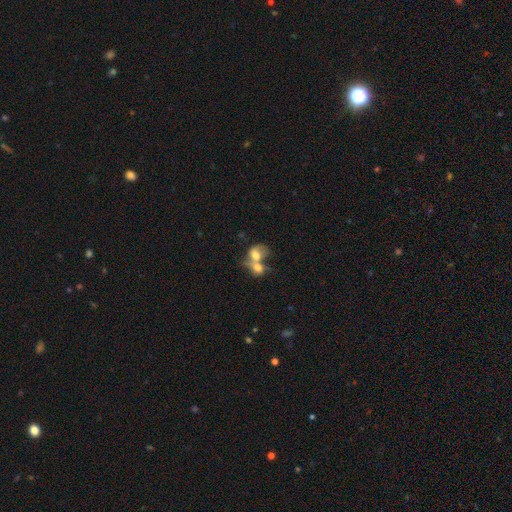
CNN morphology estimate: A smooth galaxy with no disk features (63%) that is in between round and cigar-shaped (62%). Merging: merger (77%).